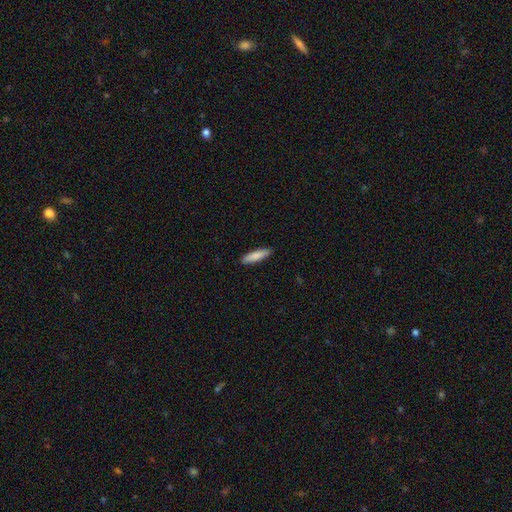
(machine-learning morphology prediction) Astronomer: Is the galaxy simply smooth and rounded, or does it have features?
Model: smooth — 86%.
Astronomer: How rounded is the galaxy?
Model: cigar-shaped — 75%.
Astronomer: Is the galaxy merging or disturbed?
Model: none — 91%.